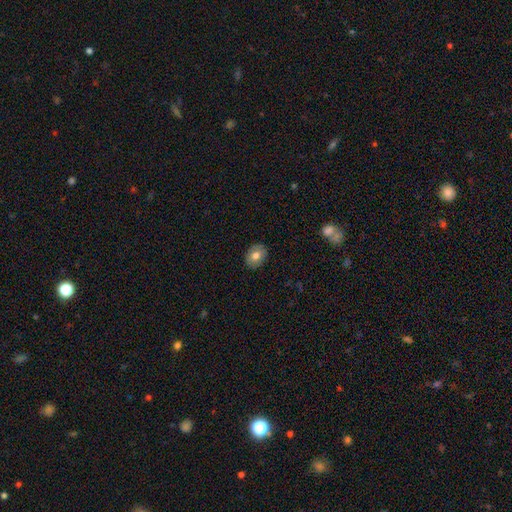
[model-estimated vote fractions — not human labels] A smooth galaxy with no disk features (74%) that is in between round and cigar-shaped (70%). Merging: none (87%).